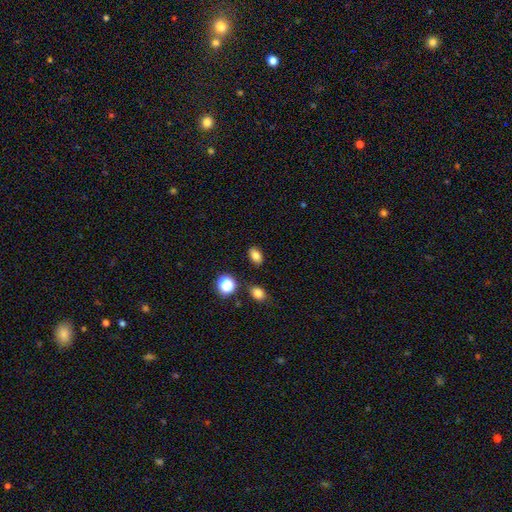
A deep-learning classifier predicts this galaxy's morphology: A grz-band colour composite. It shows a smooth galaxy with no disk features (80%) that is in between round and cigar-shaped (81%). Merging: none (85%).